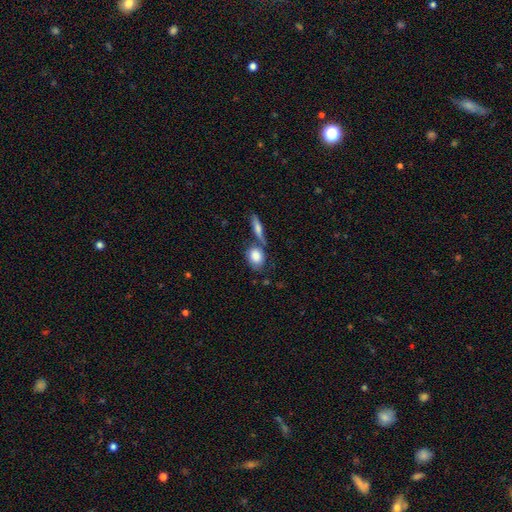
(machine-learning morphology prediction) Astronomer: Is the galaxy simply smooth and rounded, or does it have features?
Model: smooth — 81%.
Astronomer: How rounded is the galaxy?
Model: in between — 58% (runner-up: round, 38%).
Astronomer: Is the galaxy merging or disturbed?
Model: none — 50% (runner-up: merger, 29%).